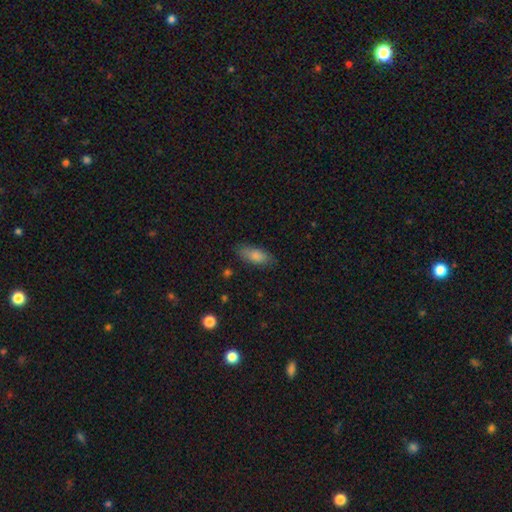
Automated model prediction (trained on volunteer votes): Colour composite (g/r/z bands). It shows a smooth galaxy with no disk features (82%) that is in between round and cigar-shaped (80%). Merging: none (80%).